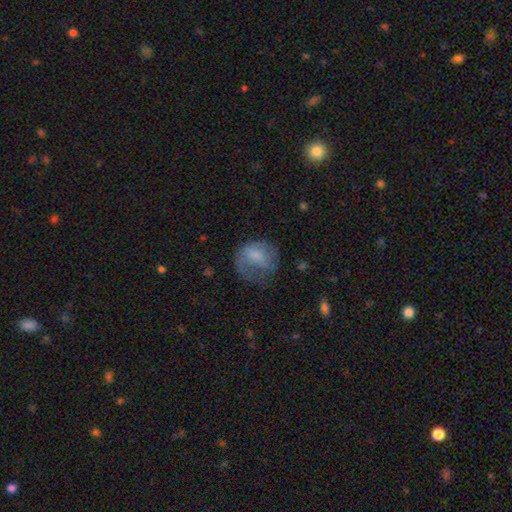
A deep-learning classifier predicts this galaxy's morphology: Q: Smooth or featured?
A: smooth (62%); runner-up: featured or disk (29%)
Q: How rounded?
A: round (58%); runner-up: in between (41%)
Q: Merging?
A: major disturbance (40%); runner-up: none (32%)